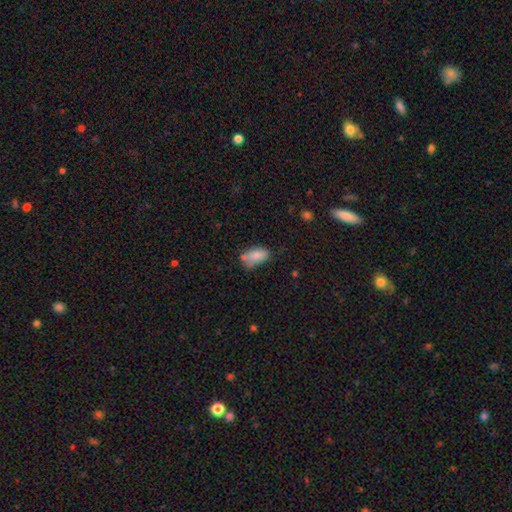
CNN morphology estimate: Smooth or featured? smooth (80%)
How rounded? in between (91%)
Merging? none (44%)